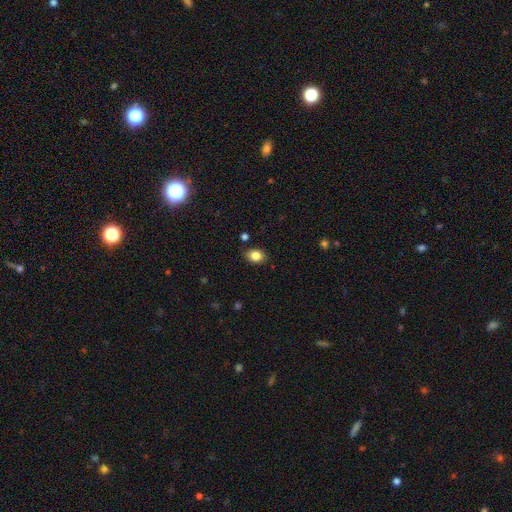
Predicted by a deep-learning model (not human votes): The model was most divided on "how rounded": in between: 61%, round: 38%, cigar-shaped: 1%. More confident: merging — none (85%); smooth or featured — smooth (83%).